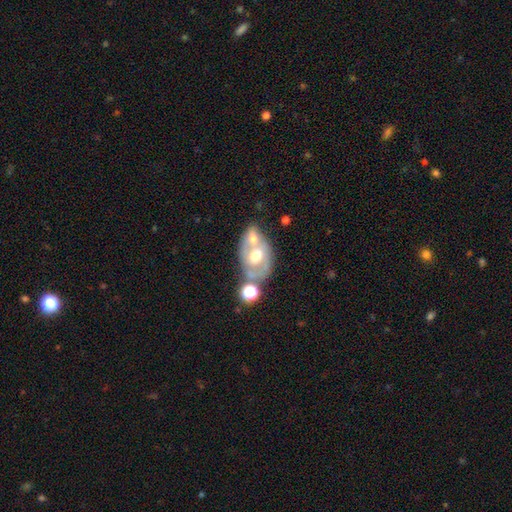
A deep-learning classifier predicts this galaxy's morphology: smooth-or-featured: featured or disk: 58% | smooth: 33% | star or artifact: 9%
  disk-edge-on: no: 94% | yes: 6%
    bar: no: 71% | weak: 22% | strong: 8%
    has-spiral-arms: no: 65% | yes: 35%
    bulge-size: moderate: 72% | large: 14% | small: 11% | none: 2% | dominant: 2%
  merging: merger: 39% | none: 36% | minor disturbance: 16% | major disturbance: 9%